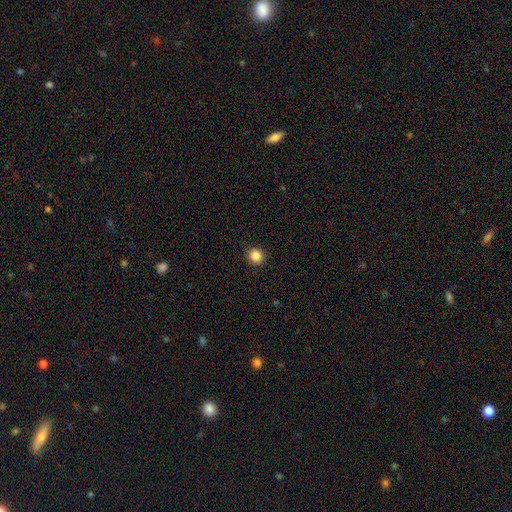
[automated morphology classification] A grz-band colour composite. It shows a smooth galaxy with no disk features (86%) that is round (93%). Merging: none (93%).